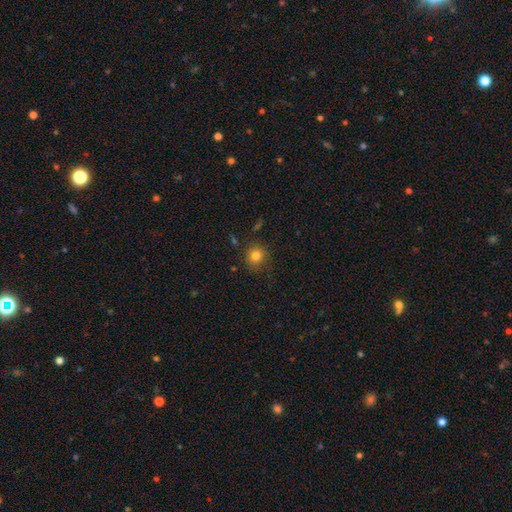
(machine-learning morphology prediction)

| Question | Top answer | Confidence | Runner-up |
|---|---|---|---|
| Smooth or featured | smooth | 81% | star or artifact (12%) |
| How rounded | round | 89% | in between (10%) |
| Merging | none | 81% | minor disturbance (13%) |